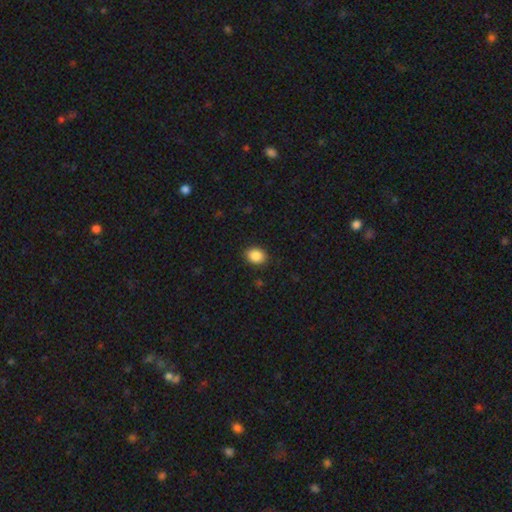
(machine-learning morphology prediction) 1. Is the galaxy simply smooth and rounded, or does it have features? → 88% smooth, 8% star or artifact, 4% featured or disk.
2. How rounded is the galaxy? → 56% in between, 43% round, 1% cigar-shaped.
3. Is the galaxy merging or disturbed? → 90% none, 7% minor disturbance, 2% major disturbance, 1% merger.